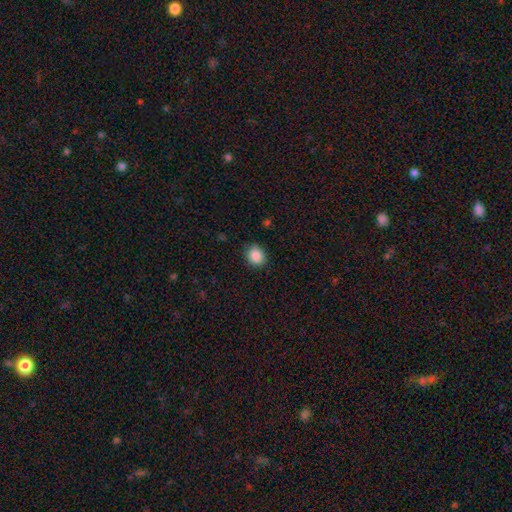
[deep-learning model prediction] smooth_or_featured: smooth (p=0.87) [alt: star or artifact p=0.09]
how_rounded: round (p=0.72) [alt: in between p=0.27]
merging: none (p=0.81) [alt: minor disturbance p=0.15]